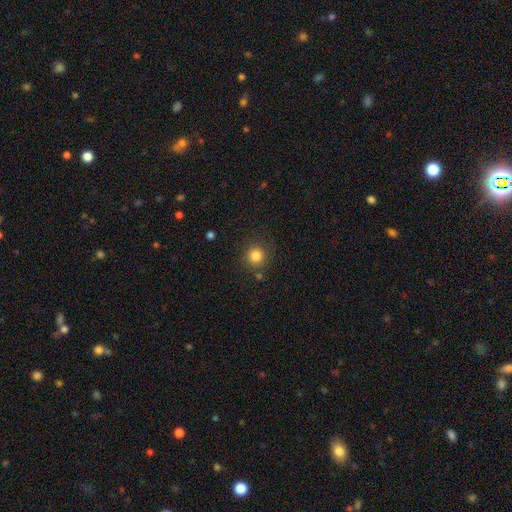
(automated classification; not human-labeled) Smooth or featured? Predicted: smooth (p=0.83). How rounded? Predicted: round (p=0.93). Merging? Predicted: none (p=0.84).